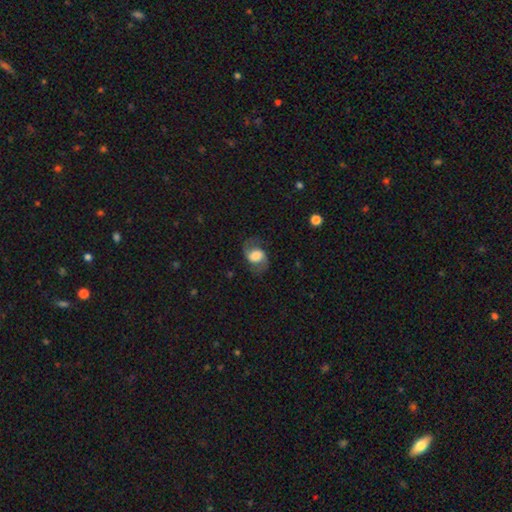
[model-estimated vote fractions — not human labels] Morphology: type=featured or disk (60%); edge-on=no (96%); bar=no (46%); spiral arms=yes (88%); winding=medium (44%, tied with loose); arm count=2 (91%); bulge=large (49%); merging=none (72%).